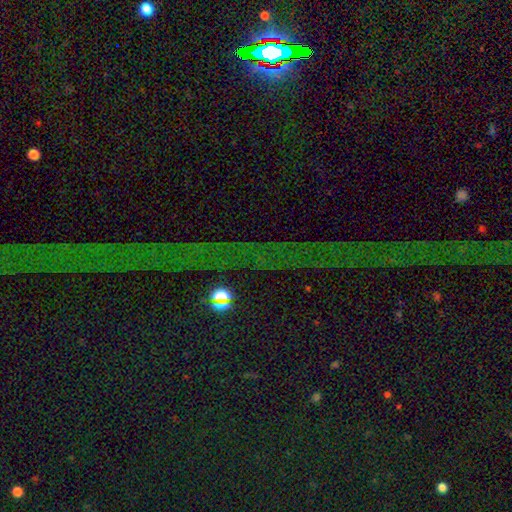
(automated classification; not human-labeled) star or artifact 82%, featured or disk 10%, smooth 8%.